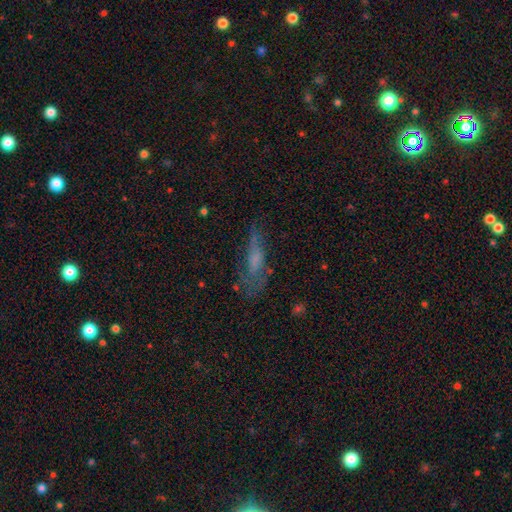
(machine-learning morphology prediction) Smooth or featured? featured or disk (41%)
Merging? none (50%)